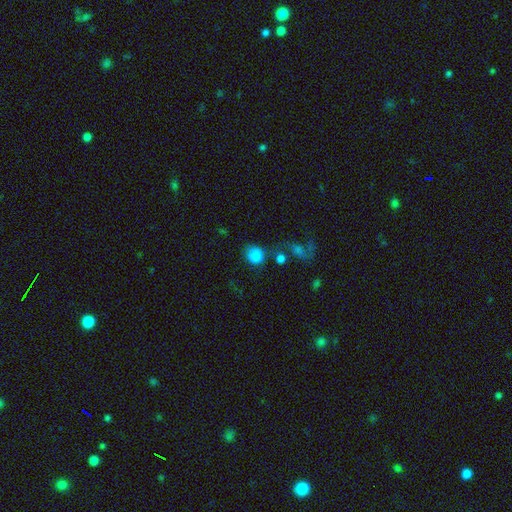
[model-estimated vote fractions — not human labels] A smooth galaxy with no disk features (84%) that is round (75%). Merging: none (60%).